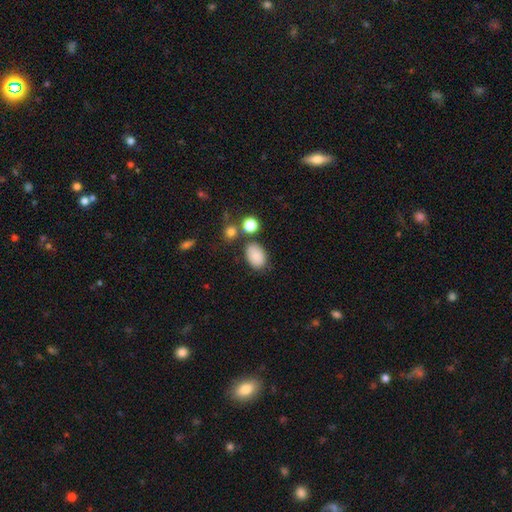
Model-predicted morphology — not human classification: A smooth galaxy with no disk features (86%) that is in between round and cigar-shaped (86%). Merging: none (75%).